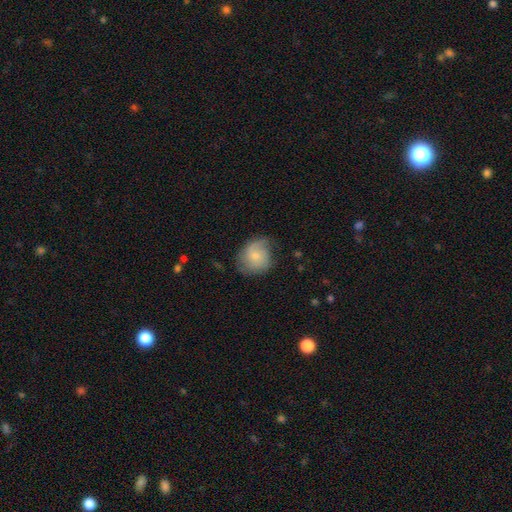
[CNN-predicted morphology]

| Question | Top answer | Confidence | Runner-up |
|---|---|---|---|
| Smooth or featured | smooth | 55% | featured or disk (38%) |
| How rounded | round | 70% | in between (29%) |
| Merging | none | 58% | minor disturbance (30%) |